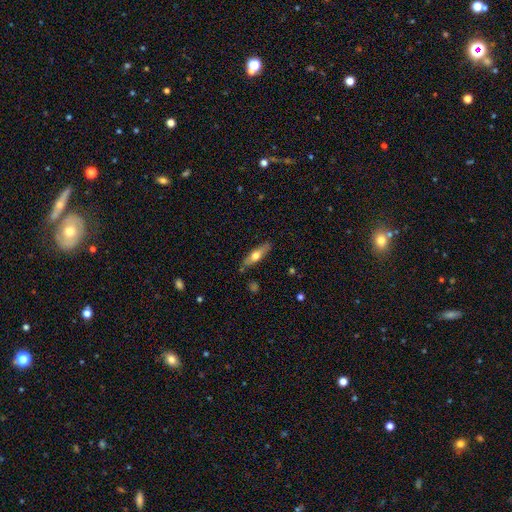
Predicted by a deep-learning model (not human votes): Overall: smooth (52%; featured or disk 42%). How rounded: cigar-shaped (63%; in between 35%). Merging: none (82%).